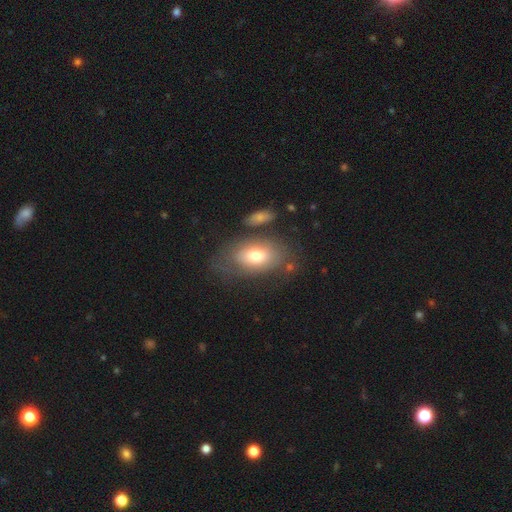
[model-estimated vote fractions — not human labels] Morphology: type=smooth (63%); roundness=in between (90%); merging=none (60%).